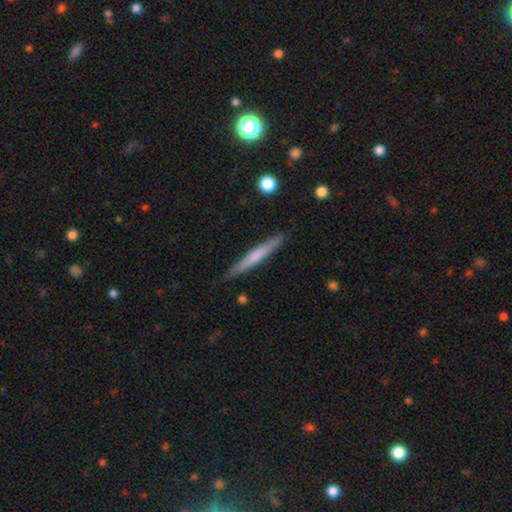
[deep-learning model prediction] A smooth galaxy with no disk features (54%) that is cigar-shaped (96%). Merging: none (89%).